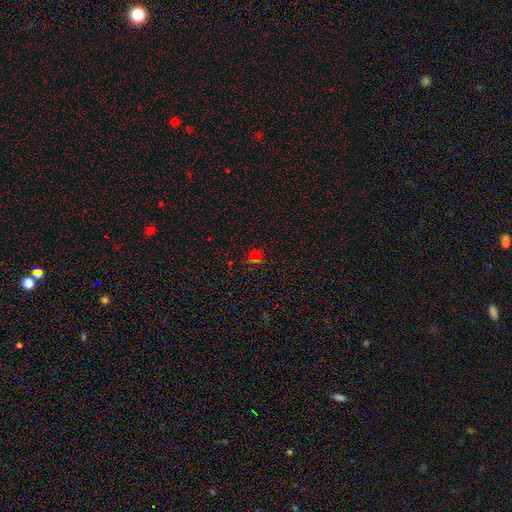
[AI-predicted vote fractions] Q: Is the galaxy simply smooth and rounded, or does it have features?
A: smooth — 54%.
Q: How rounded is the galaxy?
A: round — 86%.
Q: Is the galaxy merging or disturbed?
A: none — 75%.